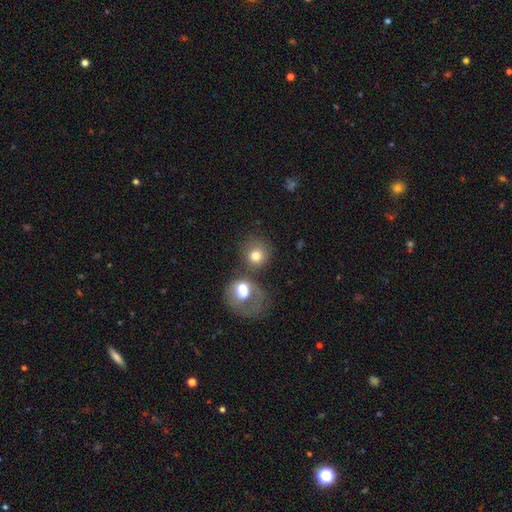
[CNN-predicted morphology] Q: Smooth or featured?
A: smooth (76%); runner-up: featured or disk (15%)
Q: How rounded?
A: round (82%); runner-up: in between (17%)
Q: Merging?
A: none (41%); runner-up: merger (40%)